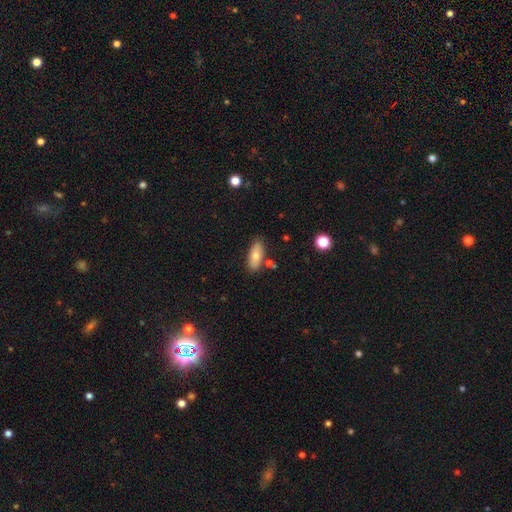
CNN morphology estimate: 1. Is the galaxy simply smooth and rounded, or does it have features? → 76% smooth, 17% featured or disk, 7% star or artifact.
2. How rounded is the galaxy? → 83% in between, 14% cigar-shaped, 3% round.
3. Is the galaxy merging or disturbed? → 80% none, 12% minor disturbance, 5% merger, 2% major disturbance.